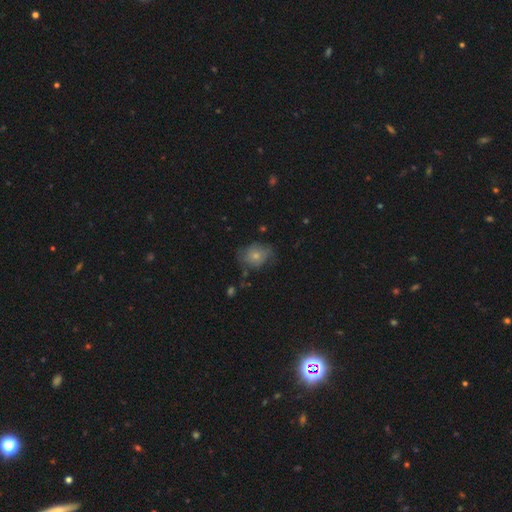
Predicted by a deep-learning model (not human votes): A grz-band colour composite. It shows a smooth galaxy with no disk features (68%) that is round (52%). Merging: none (55%).